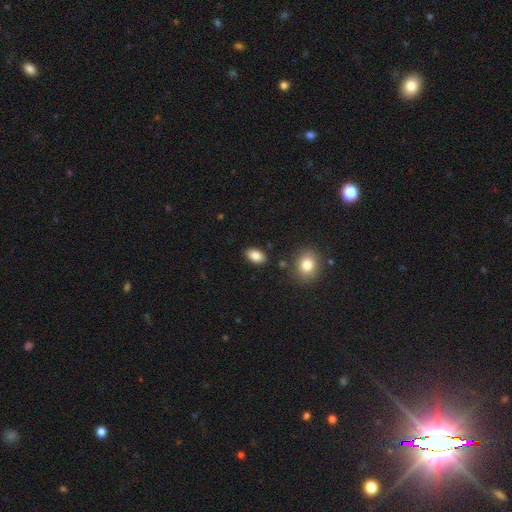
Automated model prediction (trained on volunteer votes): A smooth galaxy with no disk features (84%) that is in between round and cigar-shaped (90%).

Vote fractions:
- Smooth or featured? smooth: 84% / star or artifact: 8% / featured or disk: 7%
- How rounded? in between: 90% / round: 8% / cigar-shaped: 2%
- Merging? none: 86% / minor disturbance: 9% / merger: 3% / major disturbance: 2%